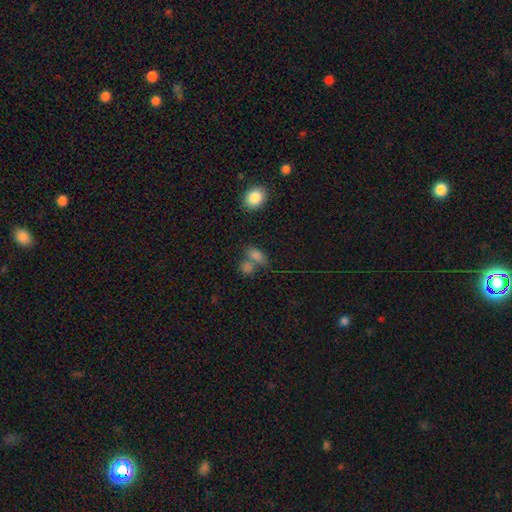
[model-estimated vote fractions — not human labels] A smooth galaxy with no disk features (76%) that is in between round and cigar-shaped (75%).

Vote fractions:
- Smooth or featured? smooth: 76% / star or artifact: 14% / featured or disk: 10%
- How rounded? in between: 75% / round: 19% / cigar-shaped: 6%
- Merging? merger: 43% / none: 39% / minor disturbance: 11% / major disturbance: 7%